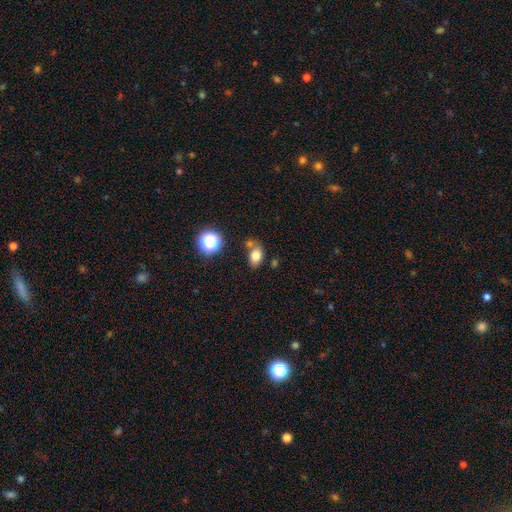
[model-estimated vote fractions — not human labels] A smooth galaxy with no disk features (78%) that is in between round and cigar-shaped (79%). Merging: none (63%).